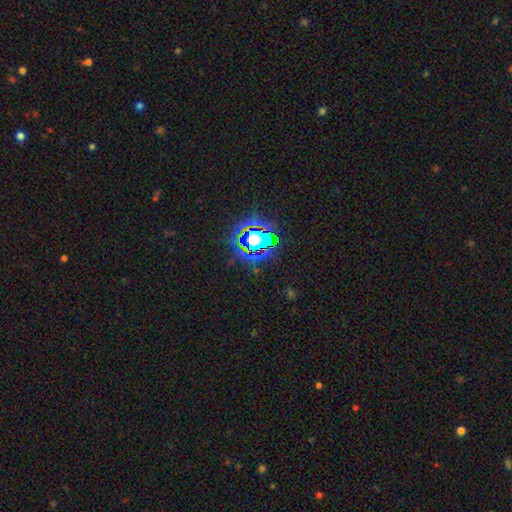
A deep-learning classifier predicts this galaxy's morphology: Q: Smooth or featured?
A: star or artifact (79%); runner-up: smooth (13%)